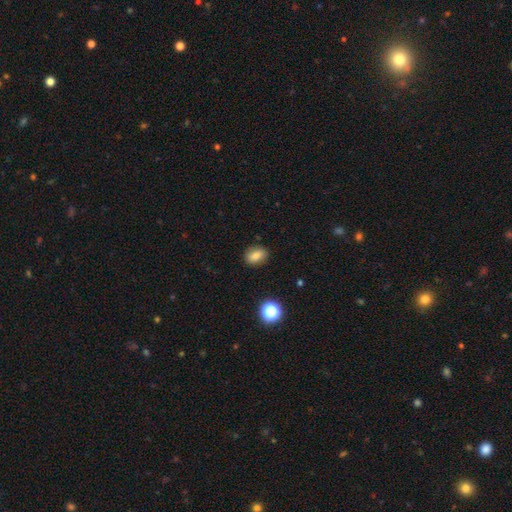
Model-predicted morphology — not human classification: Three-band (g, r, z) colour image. It shows a smooth galaxy with no disk features (81%) that is in between round and cigar-shaped (76%). Merging: none (85%).